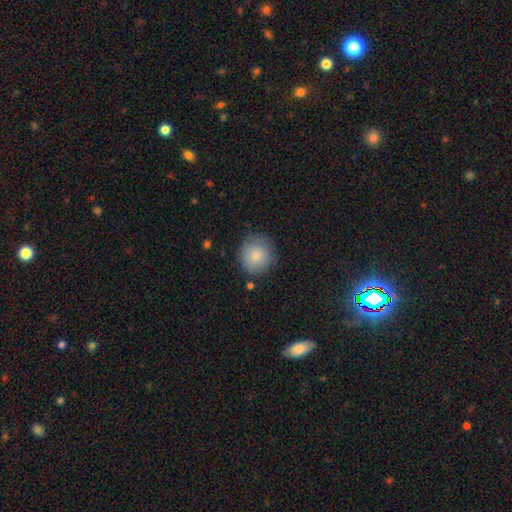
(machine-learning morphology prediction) smooth_or_featured: smooth (p=0.86) [alt: star or artifact p=0.07]
how_rounded: round (p=0.91) [alt: in between p=0.08]
merging: none (p=0.78) [alt: minor disturbance p=0.15]